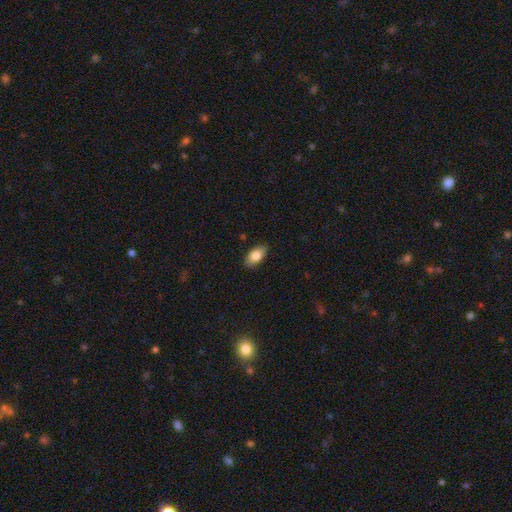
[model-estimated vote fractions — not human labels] A smooth galaxy with no disk features (83%) that is in between round and cigar-shaped (93%).

Vote fractions:
- Smooth or featured? smooth: 83% / featured or disk: 10% / star or artifact: 6%
- How rounded? in between: 93% / cigar-shaped: 4% / round: 4%
- Merging? none: 87% / minor disturbance: 10% / major disturbance: 2% / merger: 1%